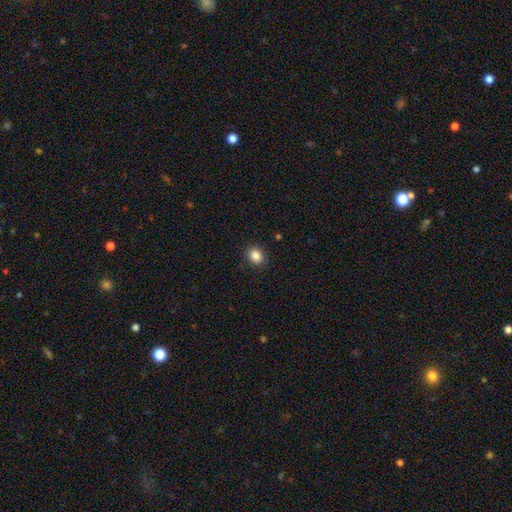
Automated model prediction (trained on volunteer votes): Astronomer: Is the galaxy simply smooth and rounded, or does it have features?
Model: smooth — 86%.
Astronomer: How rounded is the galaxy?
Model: round — 65%.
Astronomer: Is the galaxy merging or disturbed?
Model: none — 89%.